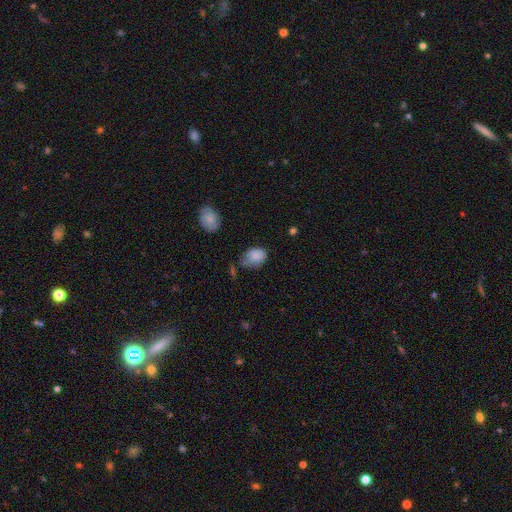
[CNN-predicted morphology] smooth 82%, featured or disk 10%, star or artifact 8%. Down the decision tree: how rounded — in between (70%); merging — none (45%).